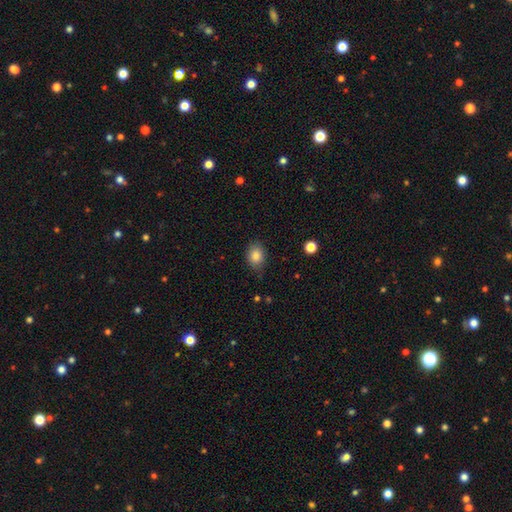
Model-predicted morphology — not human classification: Smooth or featured: smooth — 85% (star or artifact — 9%)
How rounded: in between — 61% (round — 38%)
Merging: none — 73% (minor disturbance — 21%)